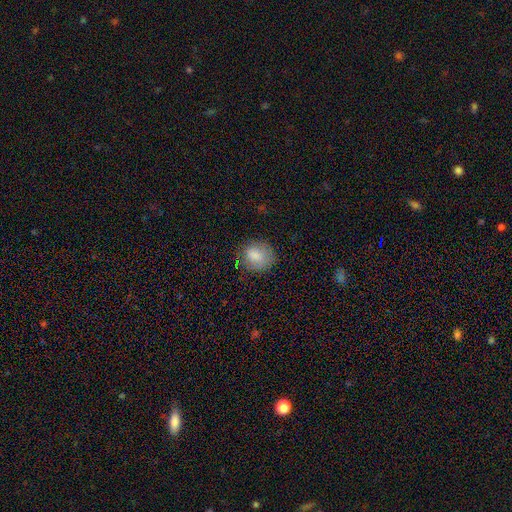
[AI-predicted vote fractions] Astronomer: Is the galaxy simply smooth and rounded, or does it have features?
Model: smooth — 82%.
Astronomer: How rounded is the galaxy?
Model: round — 68%.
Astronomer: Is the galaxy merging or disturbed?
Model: none — 71%.